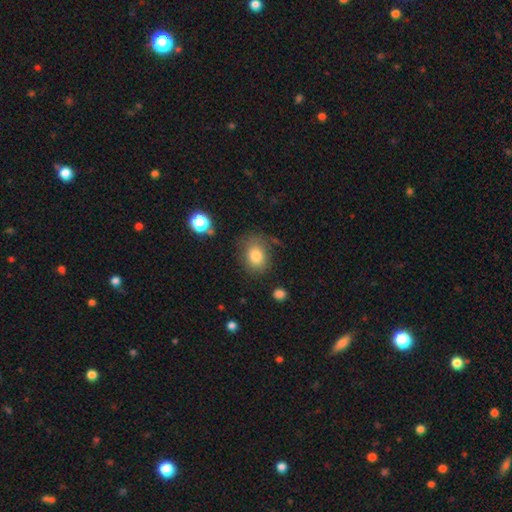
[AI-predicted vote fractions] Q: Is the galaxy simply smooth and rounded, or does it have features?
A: smooth — 79%.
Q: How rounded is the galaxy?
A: in between — 51%.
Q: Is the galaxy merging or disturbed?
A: none — 68%.